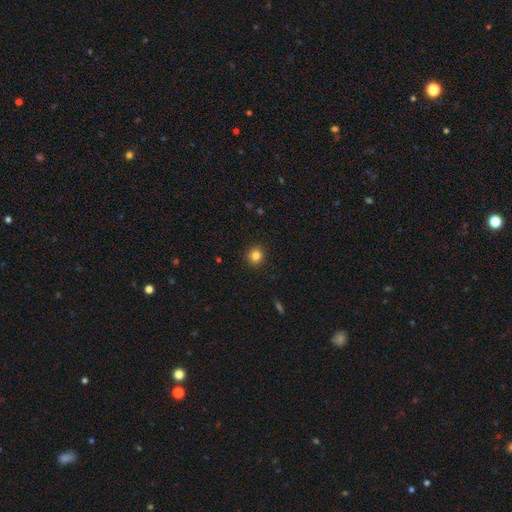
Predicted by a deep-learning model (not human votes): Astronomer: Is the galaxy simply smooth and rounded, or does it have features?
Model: smooth — 83%.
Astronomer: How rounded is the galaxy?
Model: round — 90%.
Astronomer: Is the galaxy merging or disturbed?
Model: none — 92%.